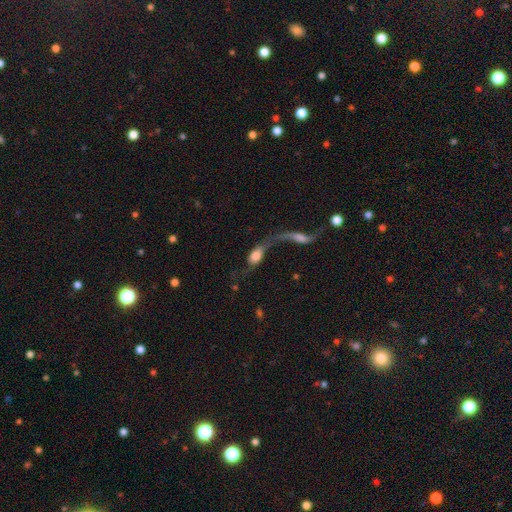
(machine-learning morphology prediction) Smooth or featured: smooth — 47% (featured or disk — 43%)
Merging: merger — 64% (major disturbance — 17%)